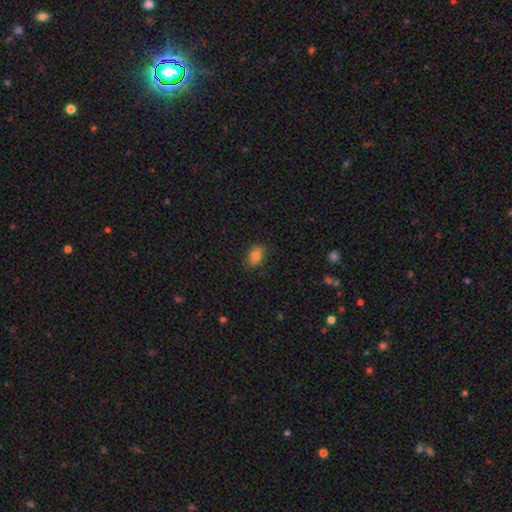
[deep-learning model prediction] The model was most divided on "merging": none: 78%, minor disturbance: 17%, major disturbance: 4%, merger: 1%. More confident: how rounded — in between (85%); smooth or featured — smooth (83%).